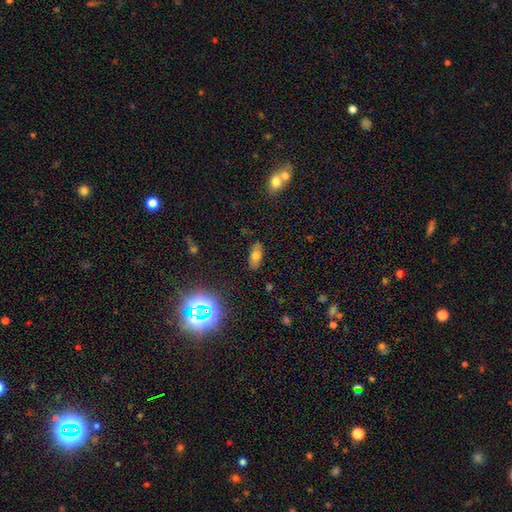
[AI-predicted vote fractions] smooth_or_featured: smooth (p=0.70) [alt: featured or disk p=0.17]
how_rounded: in between (p=0.86) [alt: cigar-shaped p=0.09]
merging: none (p=0.86) [alt: minor disturbance p=0.10]